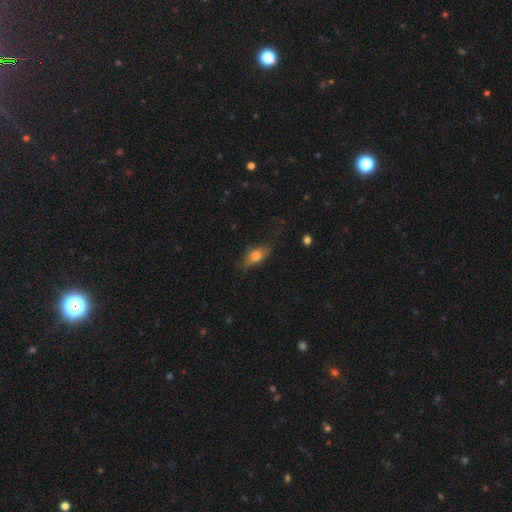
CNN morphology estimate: Q: Smooth or featured?
A: smooth (65%); runner-up: featured or disk (26%)
Q: How rounded?
A: in between (74%); runner-up: cigar-shaped (20%)
Q: Merging?
A: none (65%); runner-up: minor disturbance (24%)